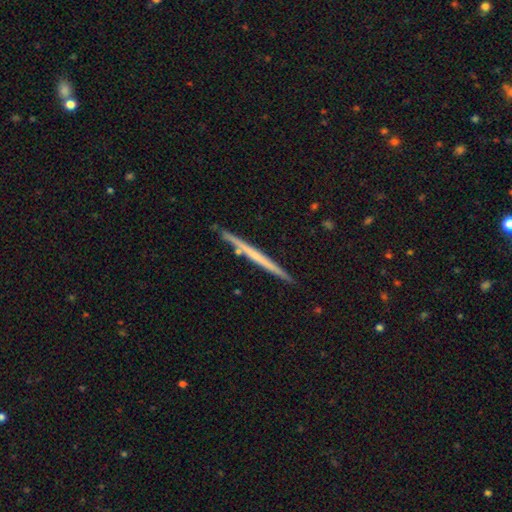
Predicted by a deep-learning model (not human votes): smooth-or-featured: featured or disk: 56% | smooth: 39% | star or artifact: 6%
  disk-edge-on: yes: 97% | no: 3%
    edge-on-bulge: none: 89% | rounded: 8% | boxy: 4%
  merging: none: 90% | minor disturbance: 7% | merger: 2% | major disturbance: 1%